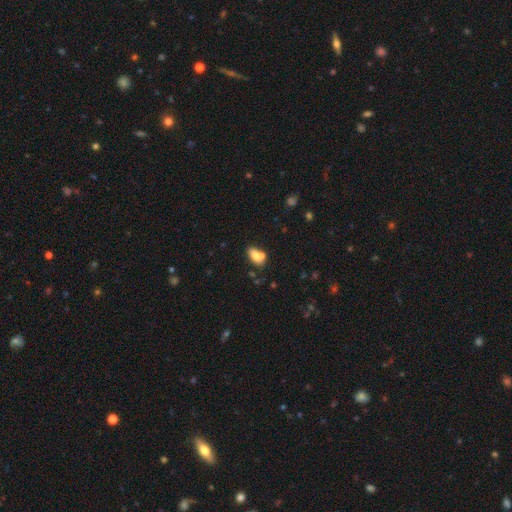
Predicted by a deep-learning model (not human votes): Q: Smooth or featured?
A: smooth (73%); runner-up: featured or disk (17%)
Q: How rounded?
A: in between (82%); runner-up: round (14%)
Q: Merging?
A: merger (44%); runner-up: none (39%)